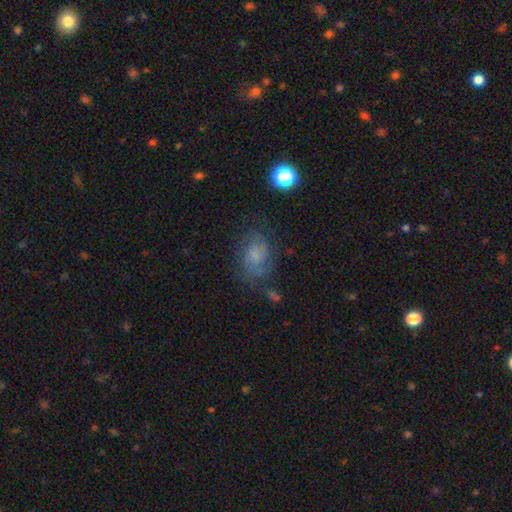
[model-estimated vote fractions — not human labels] Smooth or featured? featured or disk (53%)
Edge-on disk? no (97%)
Bar? no (69%)
Spiral arms? yes (80%)
Bulge size? none (40%)
Merging? none (58%)